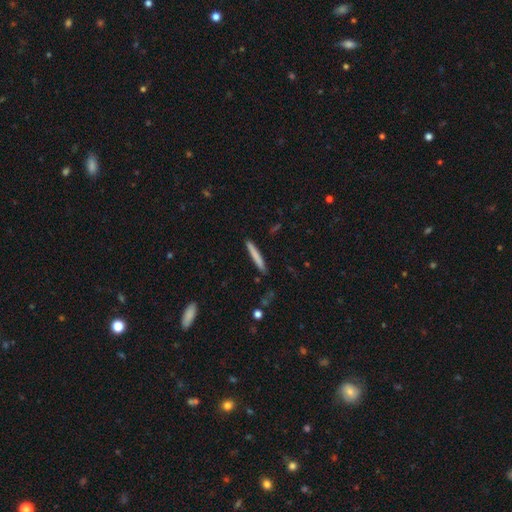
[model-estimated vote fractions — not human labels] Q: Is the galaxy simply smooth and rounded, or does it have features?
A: smooth — 75%.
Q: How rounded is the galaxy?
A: cigar-shaped — 96%.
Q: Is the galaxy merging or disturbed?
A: none — 88%.